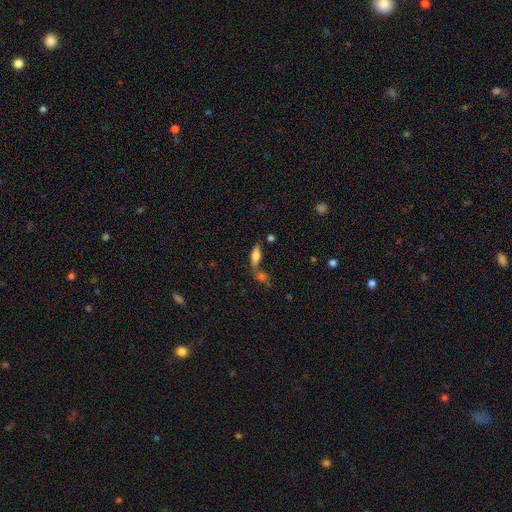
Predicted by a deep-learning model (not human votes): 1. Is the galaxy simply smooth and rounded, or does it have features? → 71% smooth, 20% featured or disk, 9% star or artifact.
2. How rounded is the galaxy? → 66% in between, 31% cigar-shaped, 3% round.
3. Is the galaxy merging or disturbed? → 52% none, 30% merger, 13% minor disturbance, 5% major disturbance.